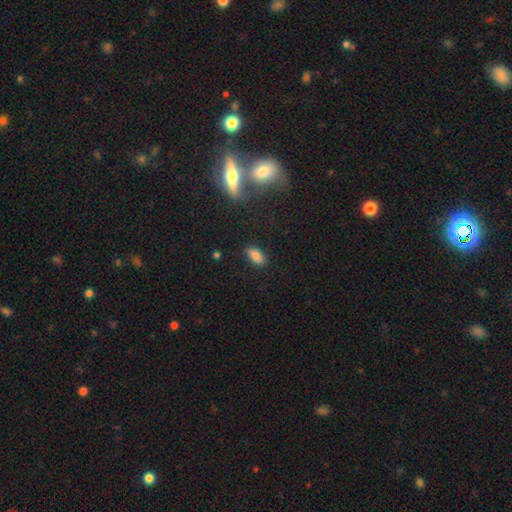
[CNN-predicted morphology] A smooth galaxy with no disk features (85%) that is in between round and cigar-shaped (88%).

Vote fractions:
- Smooth or featured? smooth: 85% / star or artifact: 10% / featured or disk: 6%
- How rounded? in between: 88% / cigar-shaped: 8% / round: 3%
- Merging? none: 86% / minor disturbance: 9% / major disturbance: 3% / merger: 1%